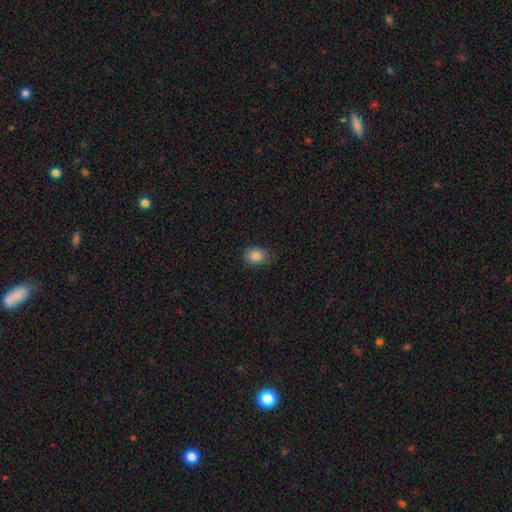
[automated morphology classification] smooth_or_featured: smooth (p=0.84) [alt: star or artifact p=0.10]
how_rounded: in between (p=0.58) [alt: round p=0.41]
merging: none (p=0.78) [alt: minor disturbance p=0.17]